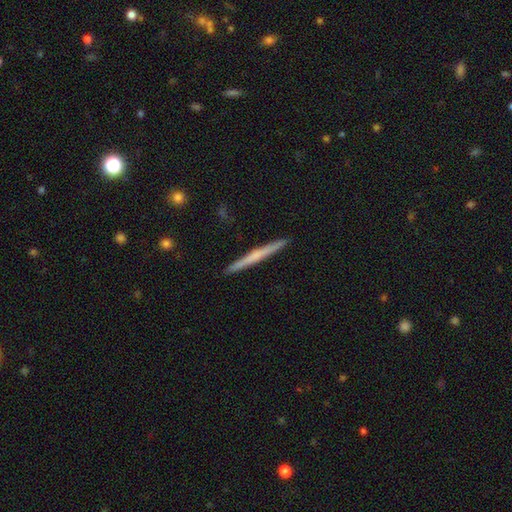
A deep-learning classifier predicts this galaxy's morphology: A featured or disk galaxy (51%) viewed edge-on (98%) with no central bulge (66%). Merging: none (93%).